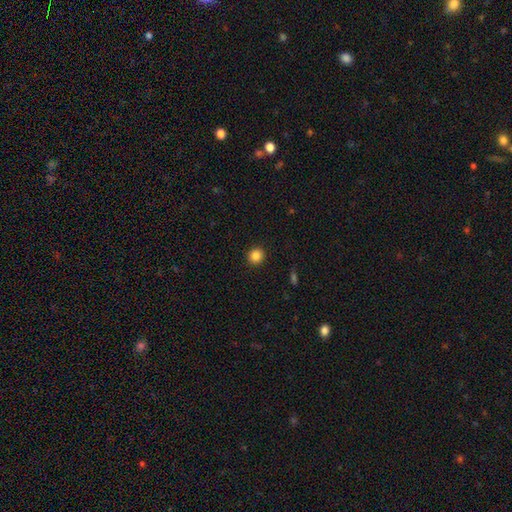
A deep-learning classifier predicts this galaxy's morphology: smooth-or-featured: smooth: 86% | star or artifact: 10% | featured or disk: 4%
  how-rounded: round: 90% | in between: 9% | cigar-shaped: 1%
  merging: none: 92% | minor disturbance: 5% | major disturbance: 2% | merger: 1%